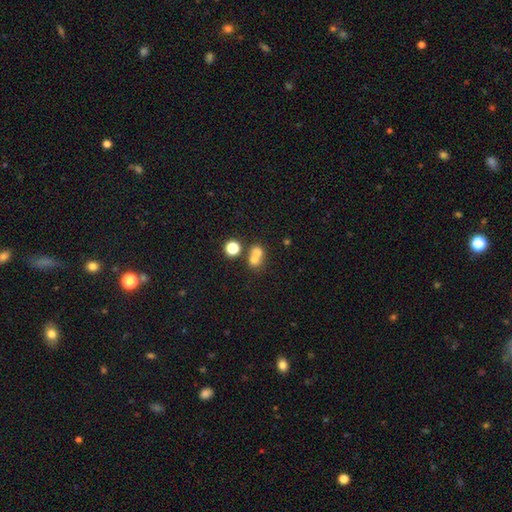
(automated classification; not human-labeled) smooth-or-featured: smooth: 68% | star or artifact: 16% | featured or disk: 16%
  how-rounded: round: 75% | in between: 24% | cigar-shaped: 1%
  merging: merger: 59% | none: 32% | minor disturbance: 6% | major disturbance: 3%